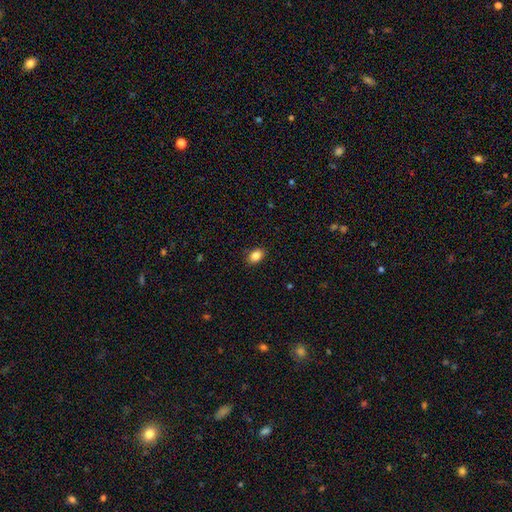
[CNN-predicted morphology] Smooth or featured? smooth (86%)
How rounded? in between (81%)
Merging? none (89%)